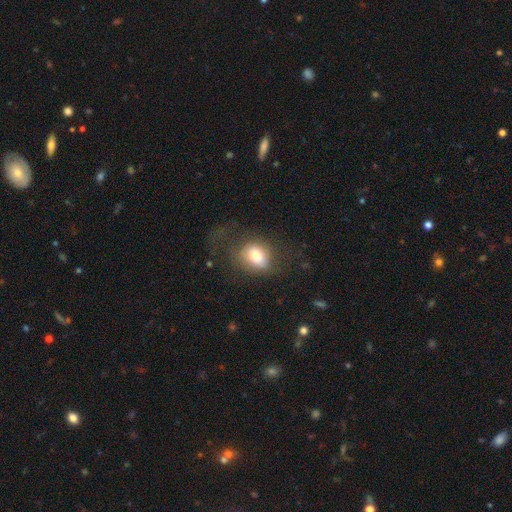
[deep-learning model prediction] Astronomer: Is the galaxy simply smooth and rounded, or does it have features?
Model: smooth — 75%.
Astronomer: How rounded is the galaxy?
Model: in between — 58% (runner-up: round, 41%).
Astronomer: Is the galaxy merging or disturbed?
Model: none — 50% (runner-up: major disturbance, 27%).